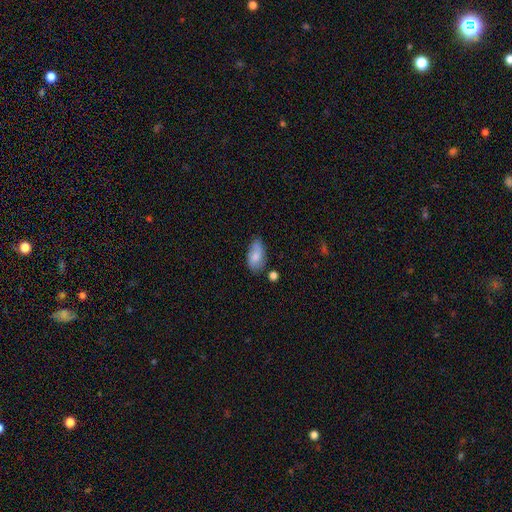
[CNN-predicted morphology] Smooth or featured? smooth (73%)
How rounded? in between (92%)
Merging? none (65%)